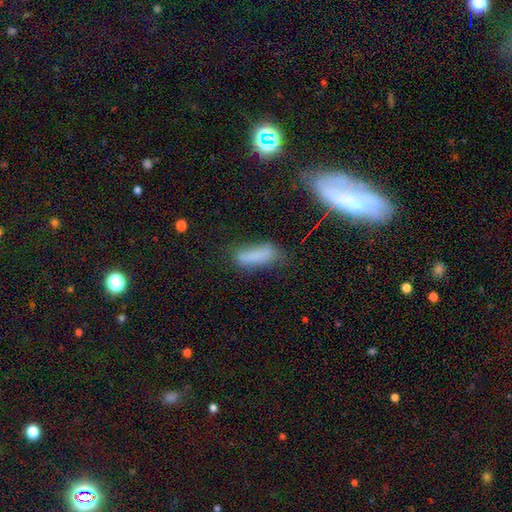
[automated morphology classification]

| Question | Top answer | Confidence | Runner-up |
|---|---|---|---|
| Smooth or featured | smooth | 75% | featured or disk (14%) |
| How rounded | cigar-shaped | 50% | in between (48%) |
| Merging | none | 57% | minor disturbance (26%) |